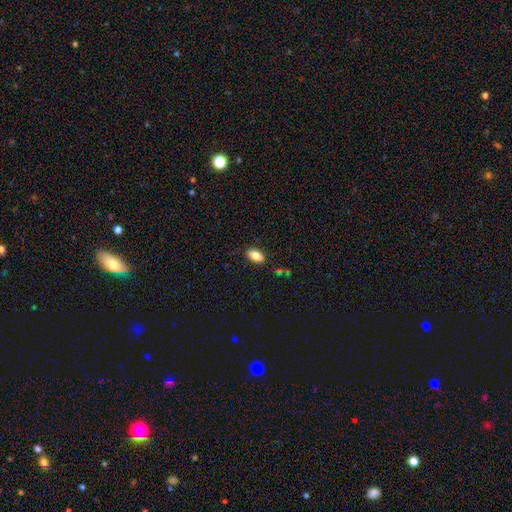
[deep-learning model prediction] A smooth galaxy with no disk features (86%) that is in between round and cigar-shaped (92%). Merging: none (87%).